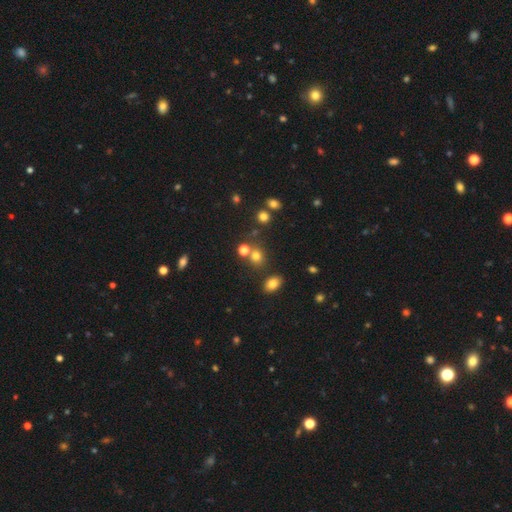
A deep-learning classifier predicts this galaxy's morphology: Overall: smooth (72%). How rounded: round (76%). Merging: none (65%).